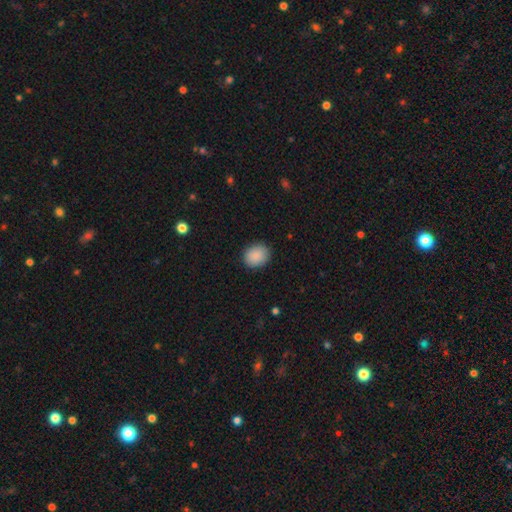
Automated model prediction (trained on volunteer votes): This appears to be a smooth galaxy with no disk features (90%) that is round (62%). Merging: none (88%).